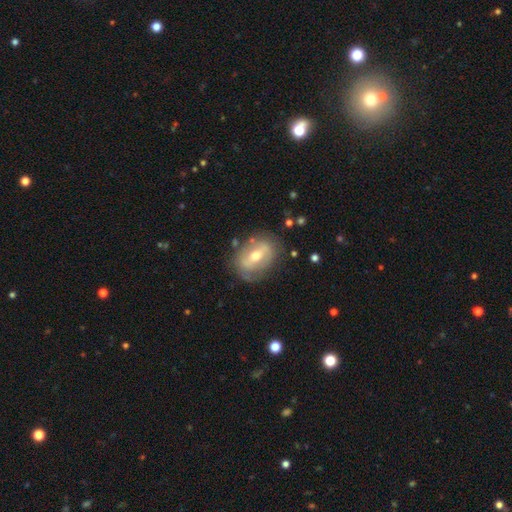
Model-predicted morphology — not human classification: This is likely a featured or disk galaxy (62%). It is clearly not viewed edge-on (89%). Bar: possibly strong (46%). Spiral arm pattern: likely no (61%). Central bulge: likely moderate (71%). Merging: likely none (75%).